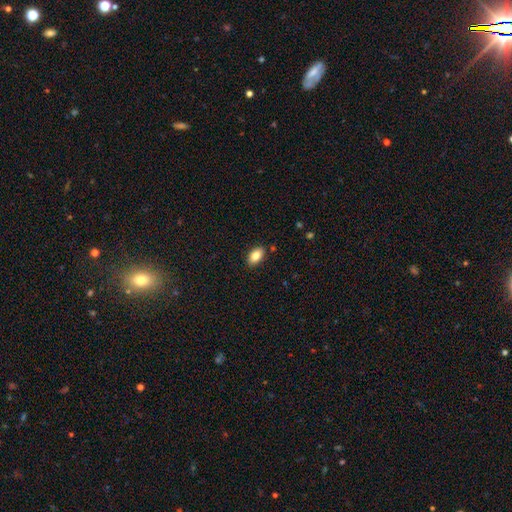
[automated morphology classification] smooth-or-featured: smooth: 83% | featured or disk: 9% | star or artifact: 8%
  how-rounded: in between: 92% | round: 6% | cigar-shaped: 2%
  merging: none: 88% | minor disturbance: 8% | major disturbance: 2% | merger: 2%